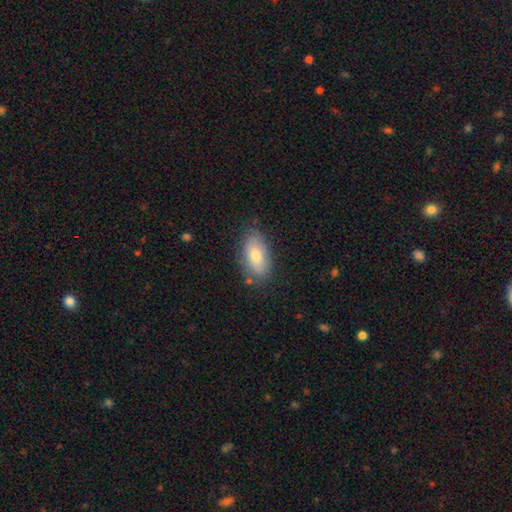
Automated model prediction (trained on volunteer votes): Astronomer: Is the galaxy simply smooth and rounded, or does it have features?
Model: smooth — 76%.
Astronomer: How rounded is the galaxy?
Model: in between — 90%.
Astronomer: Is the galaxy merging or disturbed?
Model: none — 80%.